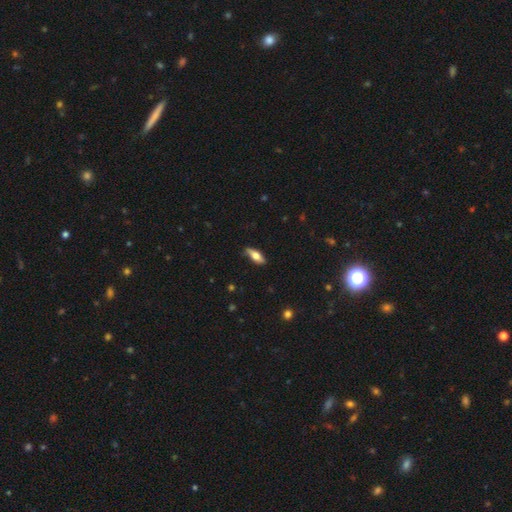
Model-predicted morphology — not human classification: This appears to be a smooth galaxy with no disk features (65%) that is in between round and cigar-shaped (69%). Merging: none (75%).